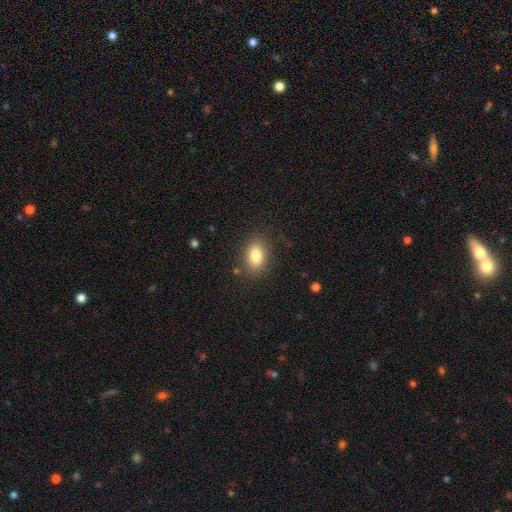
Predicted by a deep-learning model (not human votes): This is clearly a smooth galaxy (84%). How rounded: clearly in between (84%). Merging: clearly none (84%).